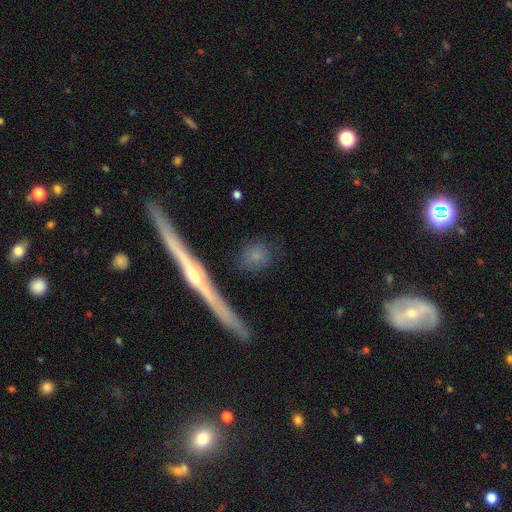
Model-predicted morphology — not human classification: Smooth or featured?
  - smooth: 62% *
  - featured or disk: 27%
  - star or artifact: 11%
How rounded?
  - round: 63% *
  - in between: 22%
  - cigar-shaped: 15%
Merging?
  - none: 83% *
  - minor disturbance: 11%
  - major disturbance: 3%
  - merger: 3%